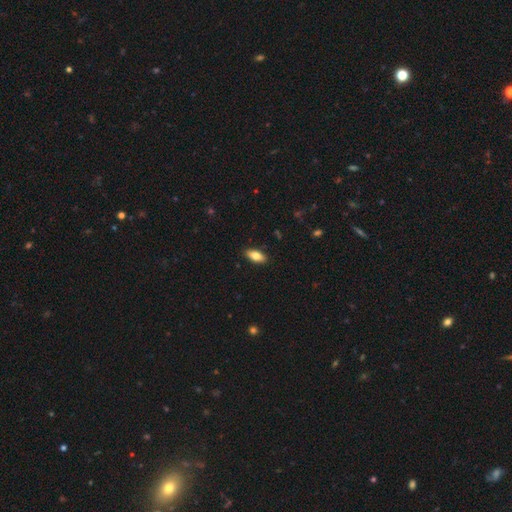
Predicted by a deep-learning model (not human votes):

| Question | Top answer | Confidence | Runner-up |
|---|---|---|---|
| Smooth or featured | smooth | 82% | featured or disk (11%) |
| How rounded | in between | 88% | cigar-shaped (10%) |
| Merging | none | 89% | minor disturbance (8%) |